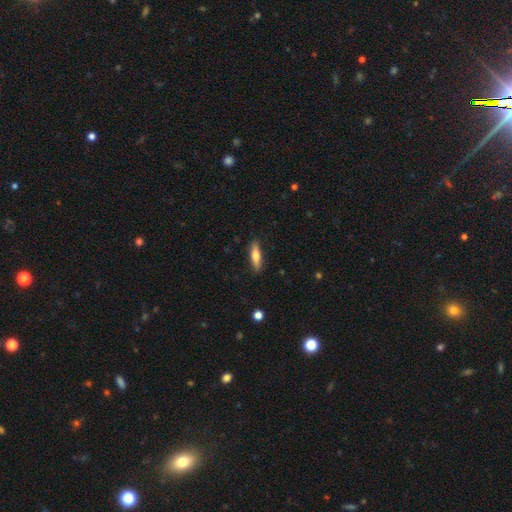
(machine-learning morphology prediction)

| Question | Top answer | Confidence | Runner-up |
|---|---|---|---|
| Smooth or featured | smooth | 56% | featured or disk (38%) |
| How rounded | cigar-shaped | 70% | in between (28%) |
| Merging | none | 88% | minor disturbance (9%) |